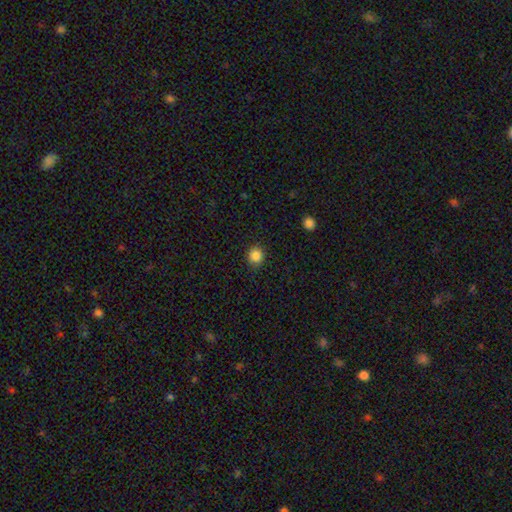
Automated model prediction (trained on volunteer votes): This is clearly a smooth galaxy (86%). How rounded: clearly round (87%). Merging: clearly none (89%).